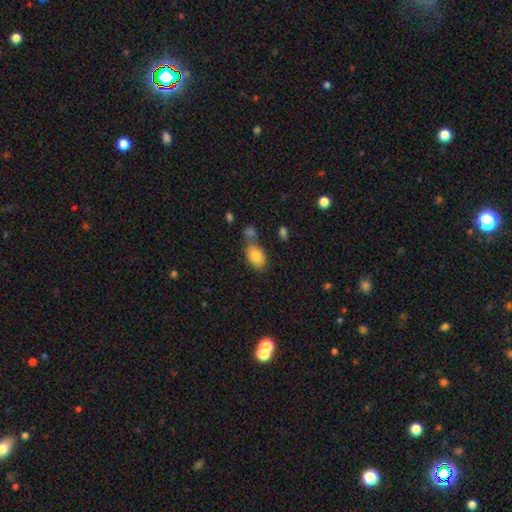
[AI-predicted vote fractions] This is clearly a smooth galaxy (83%). How rounded: clearly in between (87%). Merging: possibly none (57%).